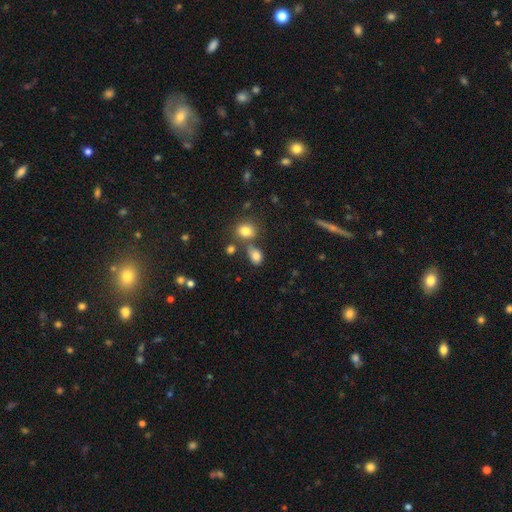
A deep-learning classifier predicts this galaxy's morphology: A smooth galaxy with no disk features (80%) that is in between round and cigar-shaped (69%).

Vote fractions:
- Smooth or featured? smooth: 80% / star or artifact: 12% / featured or disk: 8%
- How rounded? in between: 69% / round: 29% / cigar-shaped: 2%
- Merging? none: 57% / merger: 23% / minor disturbance: 15% / major disturbance: 6%